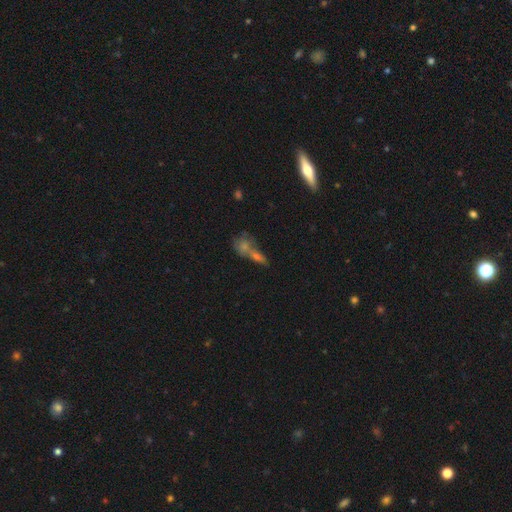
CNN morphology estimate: The model was most divided on "merging": merger: 46%, none: 39%, minor disturbance: 9%, major disturbance: 6%. Remaining: smooth or featured — smooth (48%).